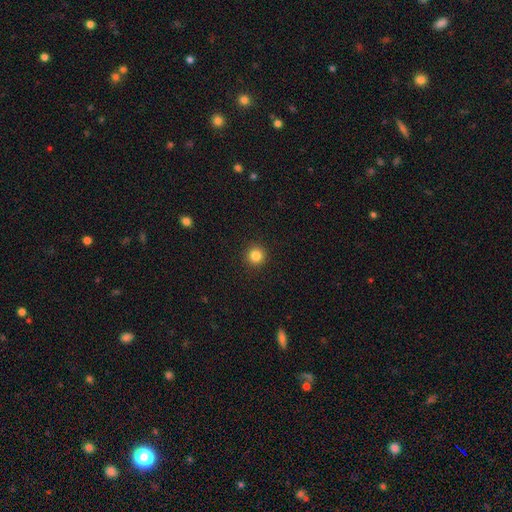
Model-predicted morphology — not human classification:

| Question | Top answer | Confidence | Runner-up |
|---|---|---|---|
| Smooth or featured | smooth | 84% | star or artifact (12%) |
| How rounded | round | 95% | in between (4%) |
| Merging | none | 93% | minor disturbance (4%) |